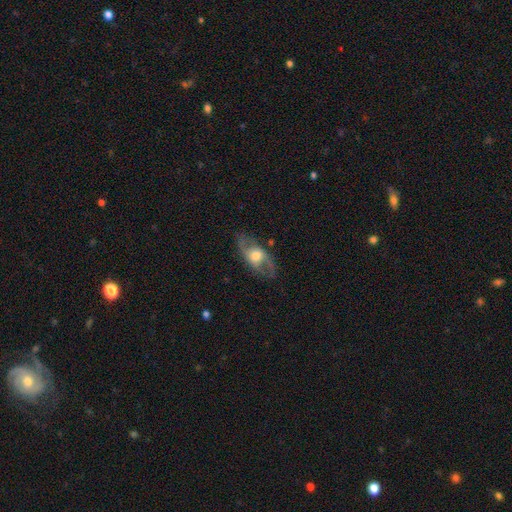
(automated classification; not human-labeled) smooth-or-featured: featured or disk: 67% | smooth: 26% | star or artifact: 6%
  disk-edge-on: no: 80% | yes: 20%
    bar: no: 65% | weak: 26% | strong: 9%
    has-spiral-arms: yes: 69% | no: 31%
    bulge-size: moderate: 60% | large: 24% | small: 13% | dominant: 2% | none: 2%
  merging: none: 74% | minor disturbance: 15% | major disturbance: 9% | merger: 1%